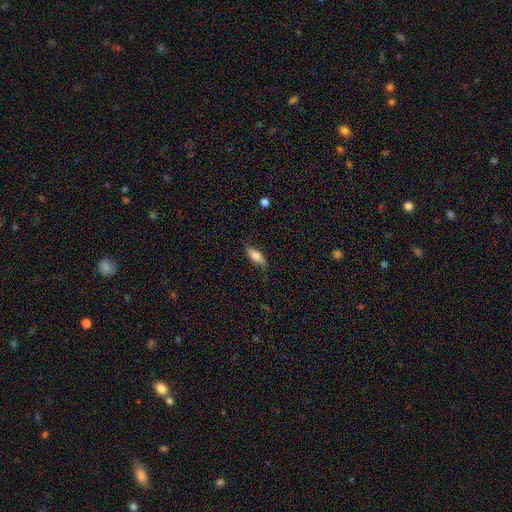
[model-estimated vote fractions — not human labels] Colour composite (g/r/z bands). It shows a smooth galaxy with no disk features (72%) that is in between round and cigar-shaped (68%). Merging: none (79%).